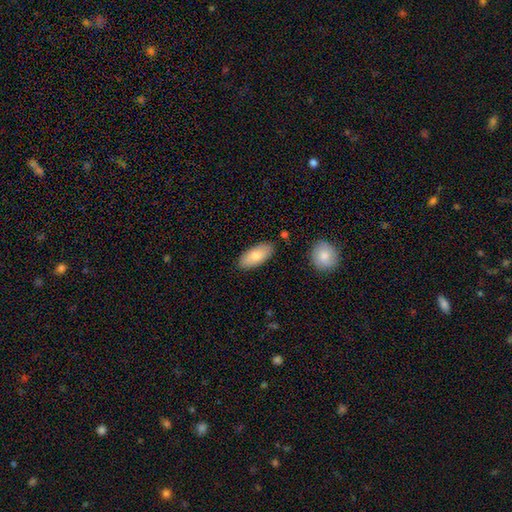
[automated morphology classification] A smooth galaxy with no disk features (80%) that is in between round and cigar-shaped (89%).

Vote fractions:
- Smooth or featured? smooth: 80% / featured or disk: 14% / star or artifact: 6%
- How rounded? in between: 89% / cigar-shaped: 9% / round: 2%
- Merging? none: 84% / minor disturbance: 11% / merger: 3% / major disturbance: 2%